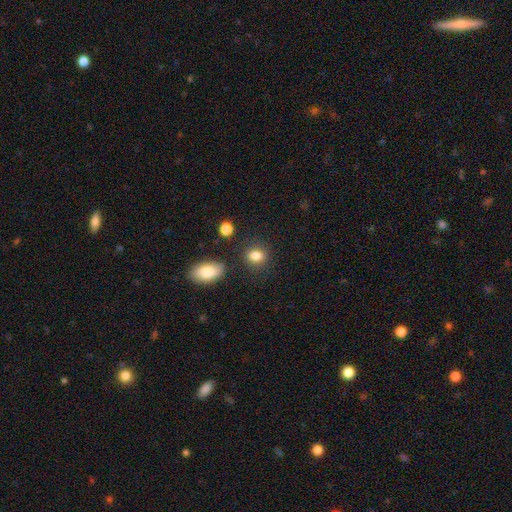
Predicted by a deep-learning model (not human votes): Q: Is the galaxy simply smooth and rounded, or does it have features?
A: smooth — 84%.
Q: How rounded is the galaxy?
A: in between — 50%.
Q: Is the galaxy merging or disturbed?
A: none — 81%.